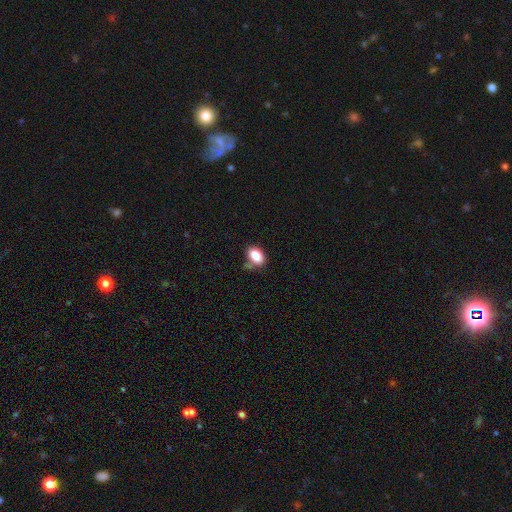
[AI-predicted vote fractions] The model was most divided on "merging": none: 55%, minor disturbance: 25%, merger: 12%, major disturbance: 8%. More confident: smooth or featured — smooth (85%); how rounded — in between (85%).